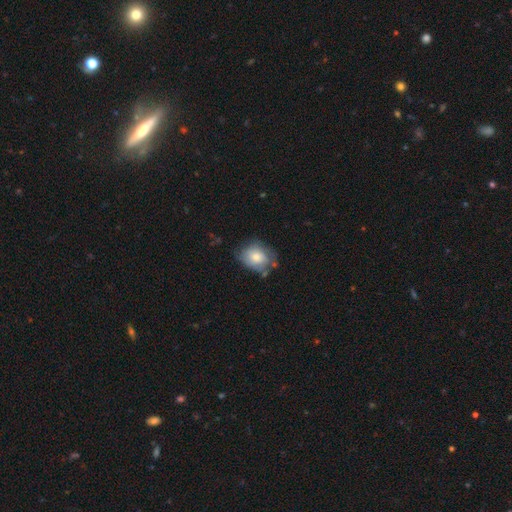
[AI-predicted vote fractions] A smooth galaxy with no disk features (67%) that is in between round and cigar-shaped (56%).

Vote fractions:
- Smooth or featured? smooth: 67% / featured or disk: 26% / star or artifact: 7%
- How rounded? in between: 56% / round: 43% / cigar-shaped: 1%
- Merging? none: 57% / minor disturbance: 29% / major disturbance: 10% / merger: 4%